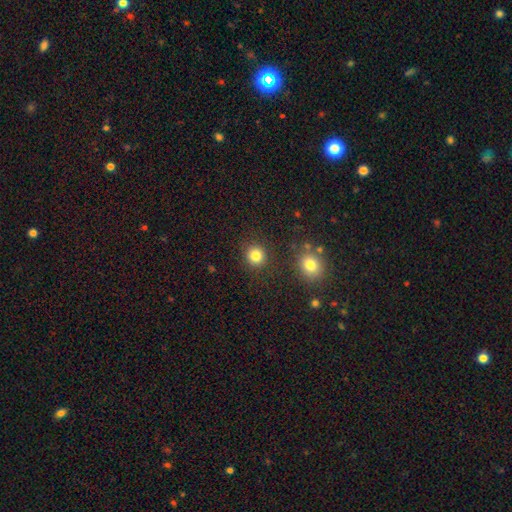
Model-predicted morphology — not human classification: A smooth galaxy with no disk features (83%) that is round (90%). Merging: none (88%).